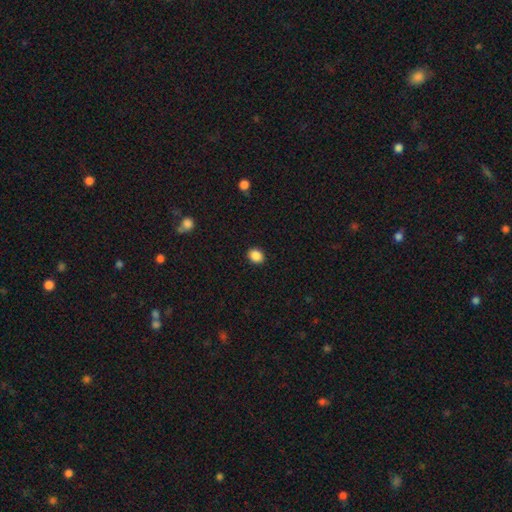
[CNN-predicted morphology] smooth 88%, star or artifact 9%, featured or disk 3%. Down the decision tree: how rounded — in between (52%); merging — none (90%).